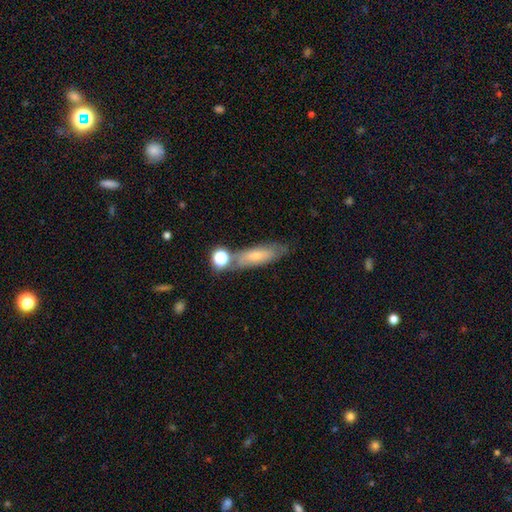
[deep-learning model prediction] Morphology: type=smooth (62%); roundness=cigar-shaped (49%); merging=none (62%).